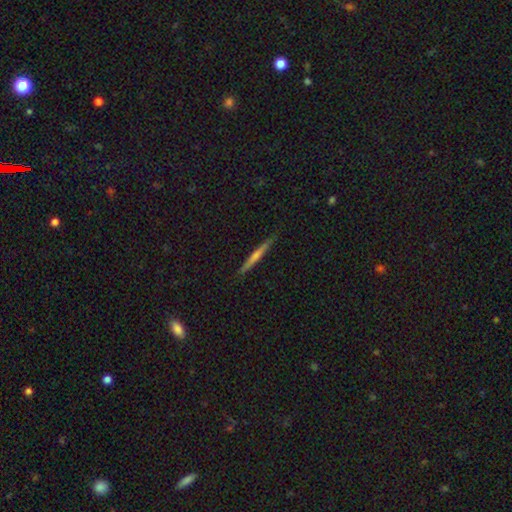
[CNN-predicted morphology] This appears to be a featured or disk galaxy (64%) viewed edge-on (98%) with a rounded central bulge (55%). Merging: none (91%).